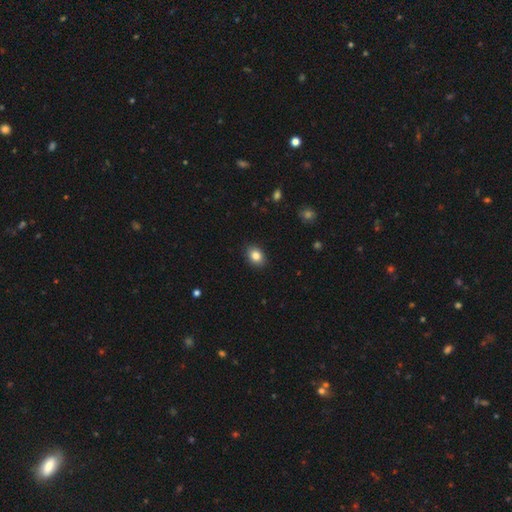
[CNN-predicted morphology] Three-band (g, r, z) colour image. It shows a smooth galaxy with no disk features (85%) that is in between round and cigar-shaped (62%). Merging: none (89%).